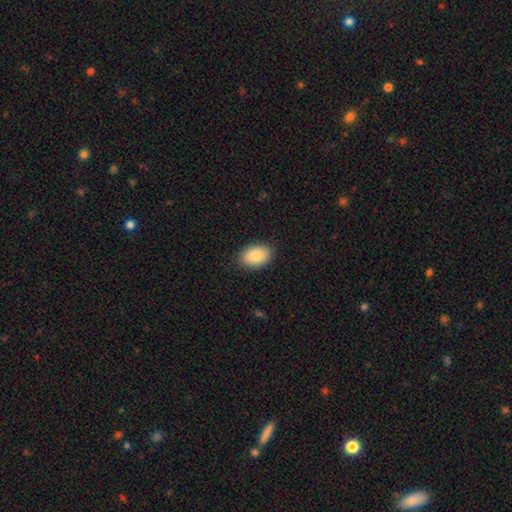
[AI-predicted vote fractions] A smooth galaxy with no disk features (86%) that is in between round and cigar-shaped (87%).

Vote fractions:
- Smooth or featured? smooth: 86% / featured or disk: 8% / star or artifact: 7%
- How rounded? in between: 87% / round: 12% / cigar-shaped: 1%
- Merging? none: 88% / minor disturbance: 9% / major disturbance: 2% / merger: 1%